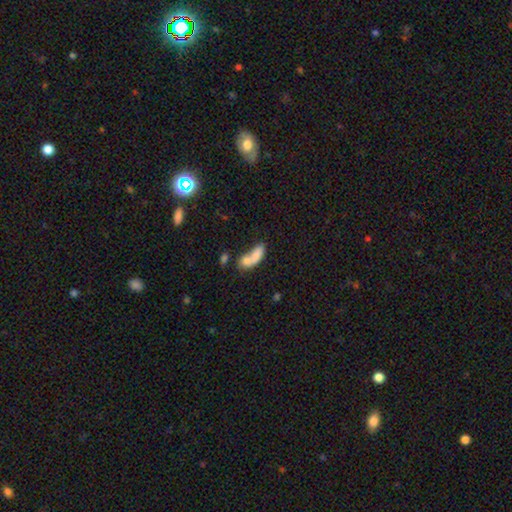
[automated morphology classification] Smooth or featured?
  - smooth: 74% *
  - featured or disk: 17%
  - star or artifact: 9%
How rounded?
  - in between: 75% *
  - cigar-shaped: 18%
  - round: 7%
Merging?
  - merger: 63% *
  - none: 21%
  - minor disturbance: 9%
  - major disturbance: 7%